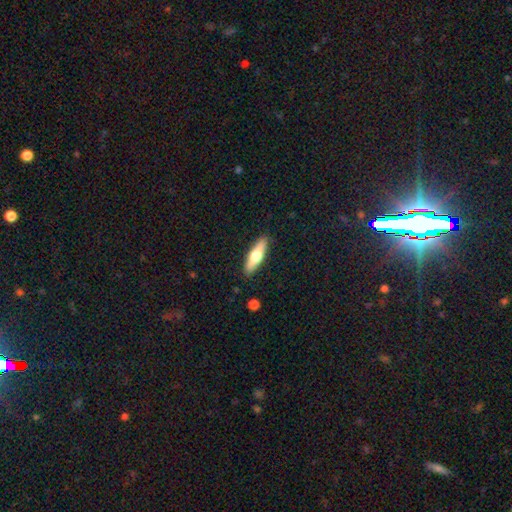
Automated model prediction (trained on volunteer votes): This is possibly a smooth galaxy (54%). How rounded: likely cigar-shaped (61%). Merging: clearly none (88%).